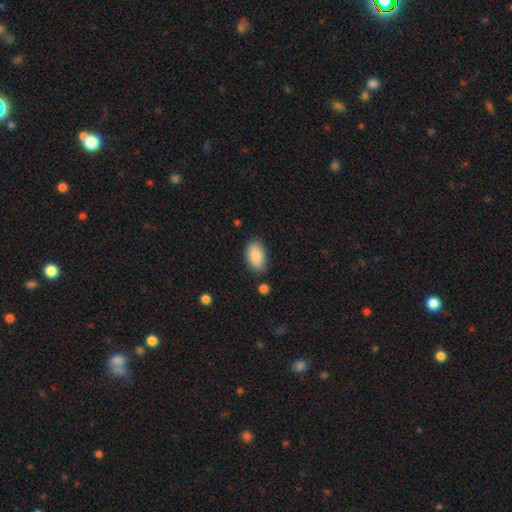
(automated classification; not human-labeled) This appears to be a smooth galaxy with no disk features (86%) that is in between round and cigar-shaped (93%). Merging: none (83%).